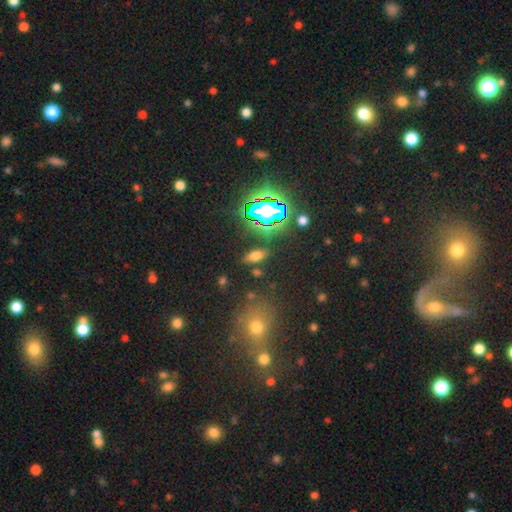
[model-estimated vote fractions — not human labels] Smooth or featured?
  - smooth: 60% *
  - star or artifact: 28%
  - featured or disk: 12%
How rounded?
  - in between: 81% *
  - cigar-shaped: 12%
  - round: 7%
Merging?
  - none: 83% *
  - minor disturbance: 9%
  - merger: 4%
  - major disturbance: 3%